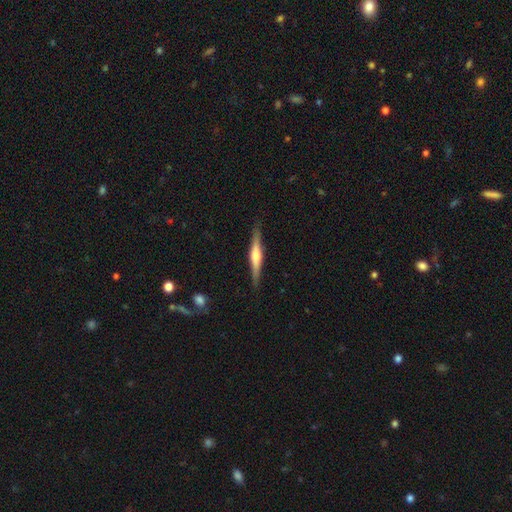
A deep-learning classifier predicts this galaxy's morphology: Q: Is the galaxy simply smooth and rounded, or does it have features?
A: featured or disk — 67%.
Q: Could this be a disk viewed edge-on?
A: yes — 98%.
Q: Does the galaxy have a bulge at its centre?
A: rounded — 84%.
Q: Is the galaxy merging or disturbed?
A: none — 89%.